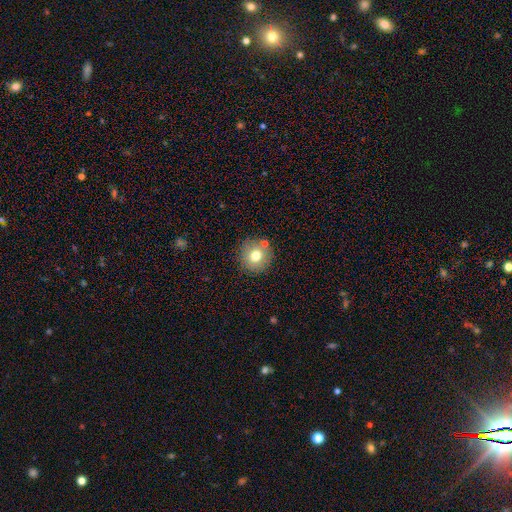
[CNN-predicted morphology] Smooth or featured: smooth — 73% (featured or disk — 15%)
How rounded: round — 91% (in between — 8%)
Merging: none — 80% (minor disturbance — 10%)